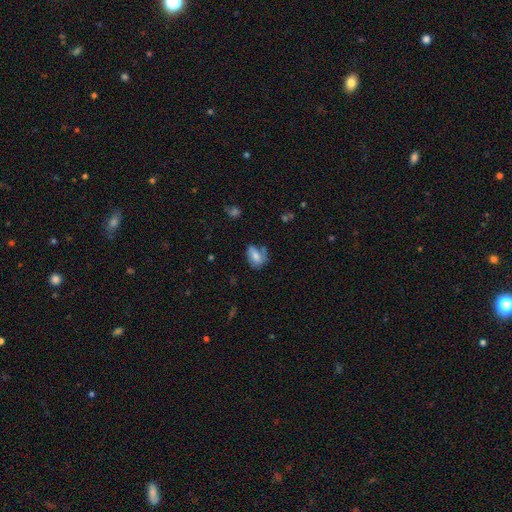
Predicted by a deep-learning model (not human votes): Overall: smooth (61%; featured or disk 30%). How rounded: in between (76%). Merging: none (48%; minor disturbance 29%).